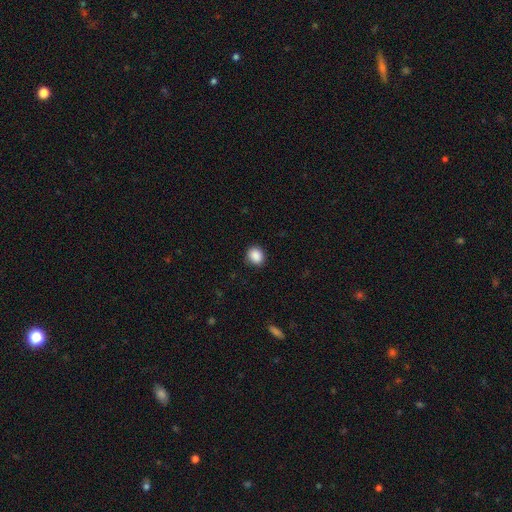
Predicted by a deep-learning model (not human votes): Smooth or featured? Predicted: smooth (p=0.89). How rounded? Predicted: round (p=0.69). Merging? Predicted: none (p=0.87).